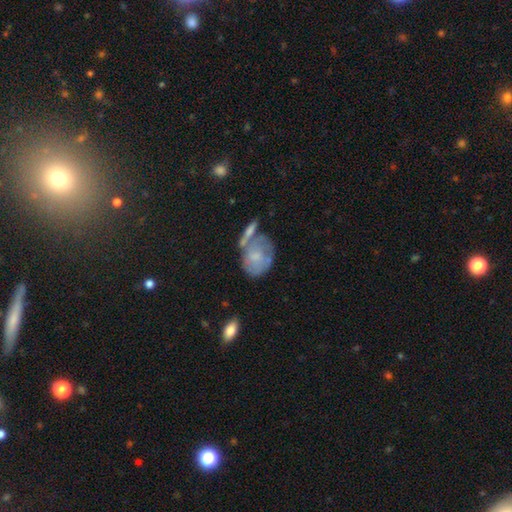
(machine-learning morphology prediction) Smooth or featured? smooth (47%)
Merging? none (37%)